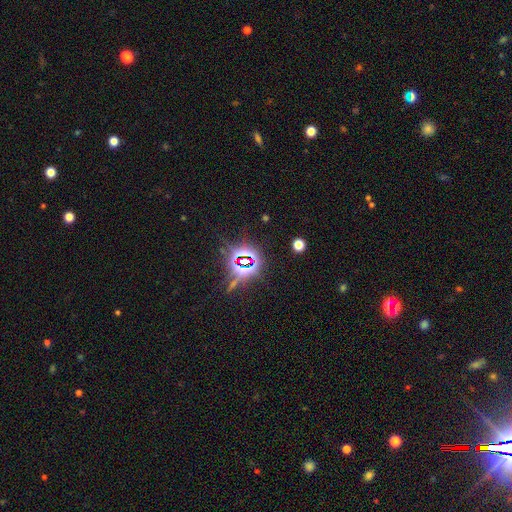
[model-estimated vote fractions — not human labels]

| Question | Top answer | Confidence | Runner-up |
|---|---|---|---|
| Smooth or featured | star or artifact | 75% | smooth (15%) |